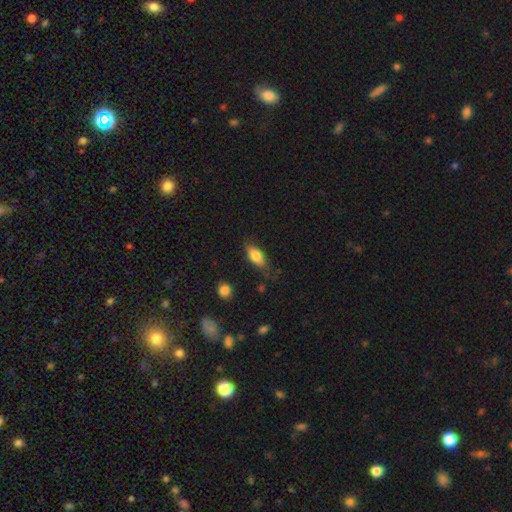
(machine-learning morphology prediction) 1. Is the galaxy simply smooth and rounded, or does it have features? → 78% smooth, 15% featured or disk, 7% star or artifact.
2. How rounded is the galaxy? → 81% in between, 15% cigar-shaped, 4% round.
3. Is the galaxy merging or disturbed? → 70% none, 23% minor disturbance, 6% major disturbance, 2% merger.